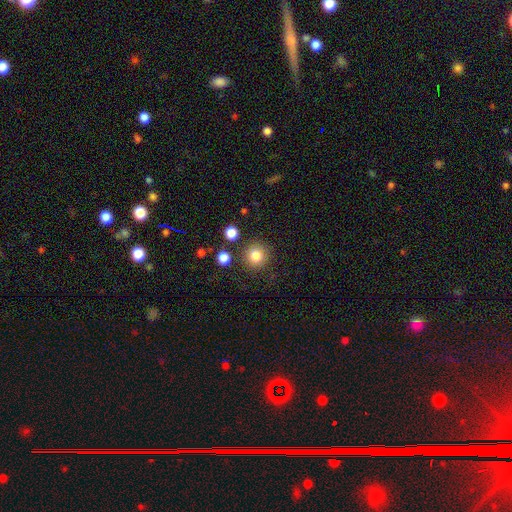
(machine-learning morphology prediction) This is clearly a smooth galaxy (83%). How rounded: clearly round (94%). Merging: clearly none (86%).